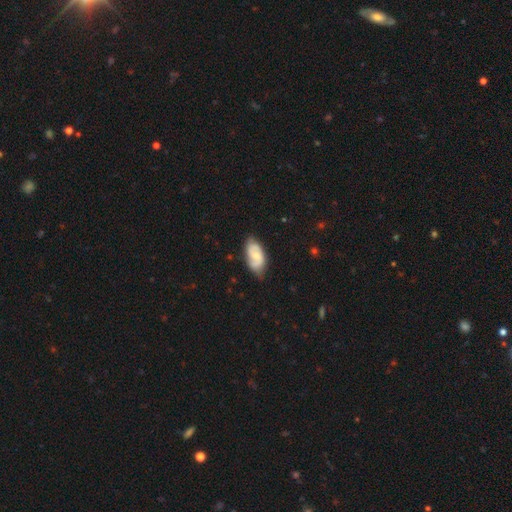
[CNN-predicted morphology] Overall: featured or disk (56%; smooth 38%). Edge-on disk: no (95%). Bar: no (54%; weak 39%). Spiral arms: yes (86%). Bulge size: small (47%; moderate 44%). Merging: none (68%).